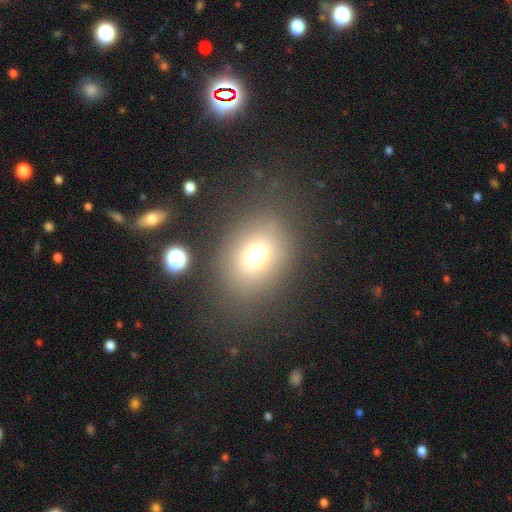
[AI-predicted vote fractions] Smooth or featured? Predicted: smooth (p=0.69). How rounded? Predicted: round (p=0.54). Merging? Predicted: none (p=0.77).